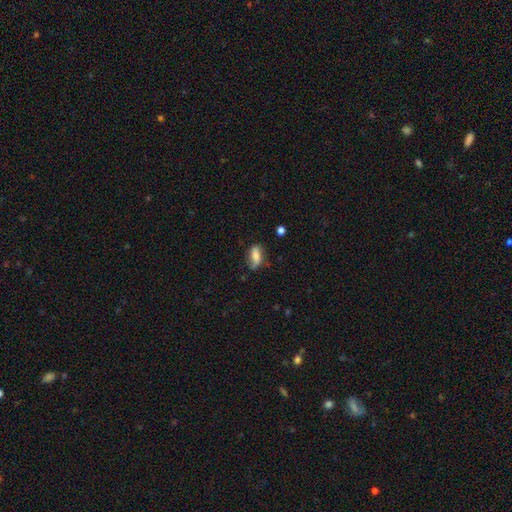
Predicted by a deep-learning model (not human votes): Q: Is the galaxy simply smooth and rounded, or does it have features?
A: smooth — 65%.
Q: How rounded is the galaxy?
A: in between — 85%.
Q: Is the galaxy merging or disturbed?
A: none — 57%.